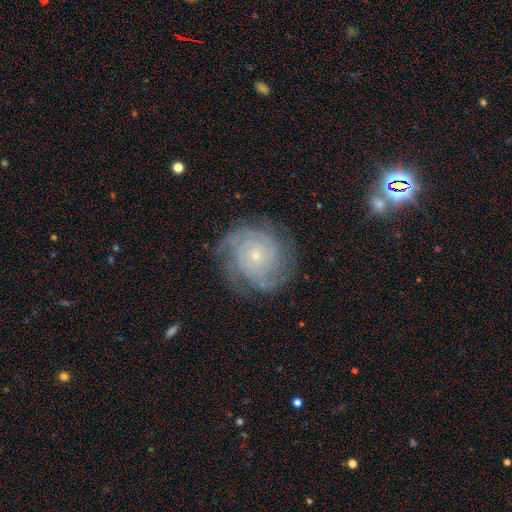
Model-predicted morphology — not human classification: featured or disk 83%, smooth 9%, star or artifact 8%. Down the decision tree: edge-on disk — no (97%); bar — no (81%); spiral arms — yes (96%); spiral arm count — can't tell (29%); spiral winding — tight (77%); bulge size — small (81%); merging — none (79%).